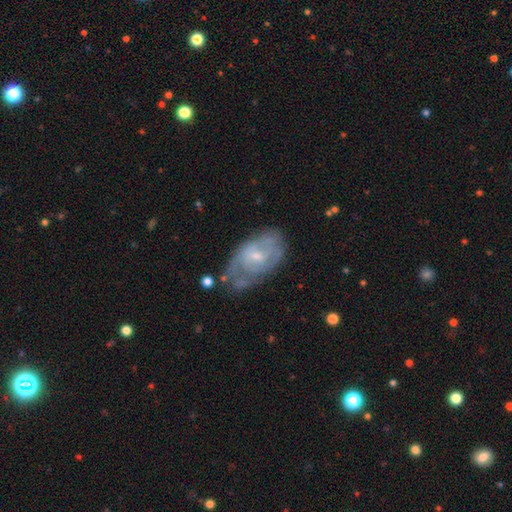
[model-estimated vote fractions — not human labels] Smooth or featured? Predicted: featured or disk (p=0.73). Edge-on disk? Predicted: no (p=0.96). Bar? Predicted: no (p=0.54). Spiral arms? Predicted: yes (p=0.80). Spiral winding? Predicted: tight (p=0.51). Spiral arm count? Predicted: can't tell (p=0.46). Bulge size? Predicted: small (p=0.61). Merging? Predicted: none (p=0.51).